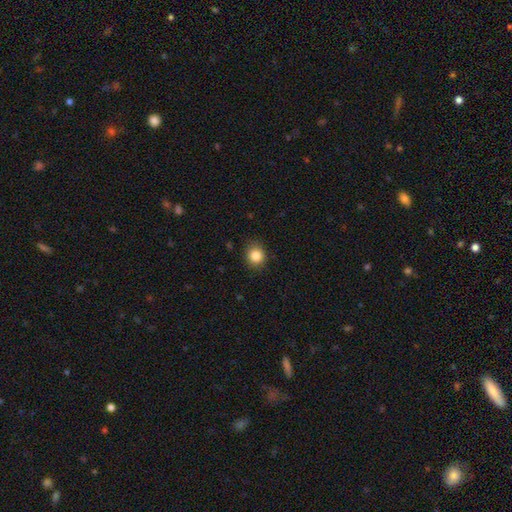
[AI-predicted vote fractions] smooth 85%, star or artifact 10%, featured or disk 5%. Down the decision tree: how rounded — round (77%); merging — none (86%).